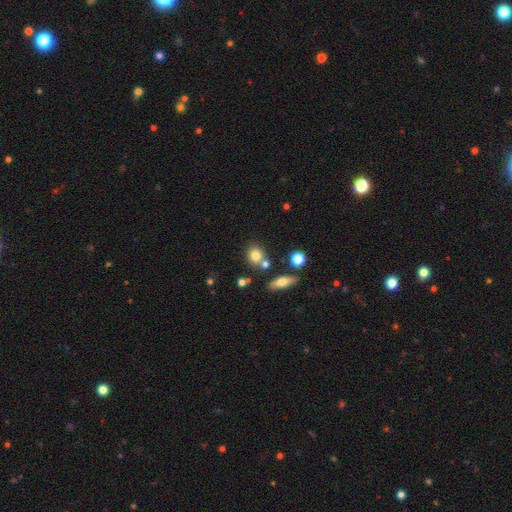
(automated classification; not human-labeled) A smooth galaxy with no disk features (76%) that is round (69%).

Vote fractions:
- Smooth or featured? smooth: 76% / featured or disk: 12% / star or artifact: 12%
- How rounded? round: 69% / in between: 29% / cigar-shaped: 2%
- Merging? none: 67% / merger: 18% / minor disturbance: 11% / major disturbance: 3%